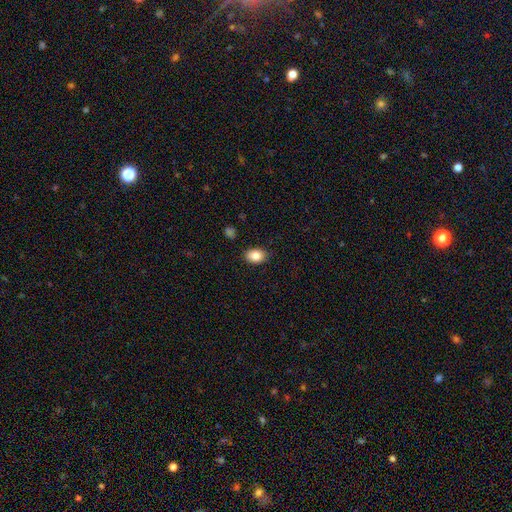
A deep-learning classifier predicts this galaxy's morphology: This is clearly a smooth galaxy (85%). How rounded: likely in between (75%). Merging: clearly none (87%).